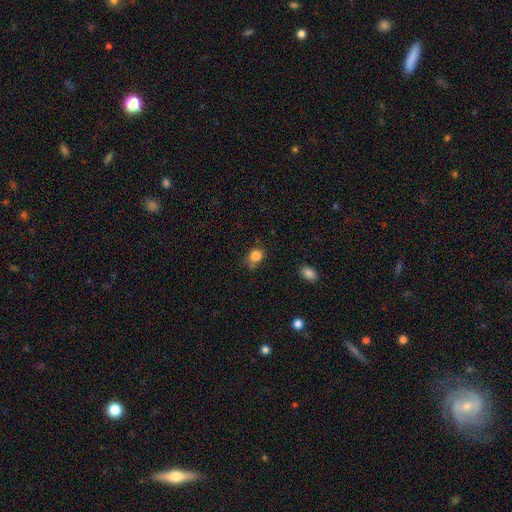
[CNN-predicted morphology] A smooth galaxy with no disk features (83%) that is round (60%).

Vote fractions:
- Smooth or featured? smooth: 83% / star or artifact: 11% / featured or disk: 6%
- How rounded? round: 60% / in between: 39% / cigar-shaped: 1%
- Merging? none: 58% / minor disturbance: 29% / major disturbance: 7% / merger: 5%